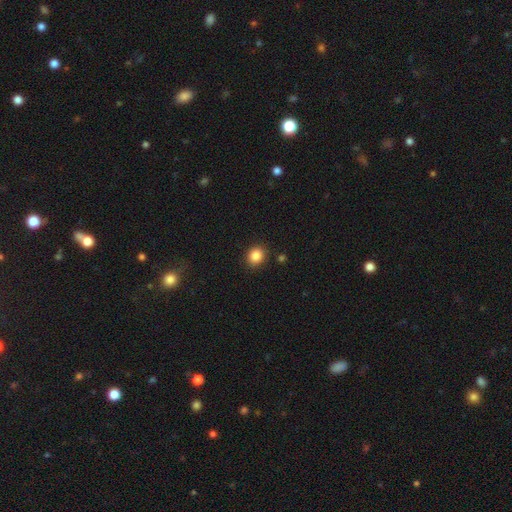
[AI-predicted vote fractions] A smooth galaxy with no disk features (86%) that is round (72%).

Vote fractions:
- Smooth or featured? smooth: 86% / star or artifact: 10% / featured or disk: 4%
- How rounded? round: 72% / in between: 28% / cigar-shaped: 1%
- Merging? none: 88% / minor disturbance: 7% / major disturbance: 2% / merger: 2%